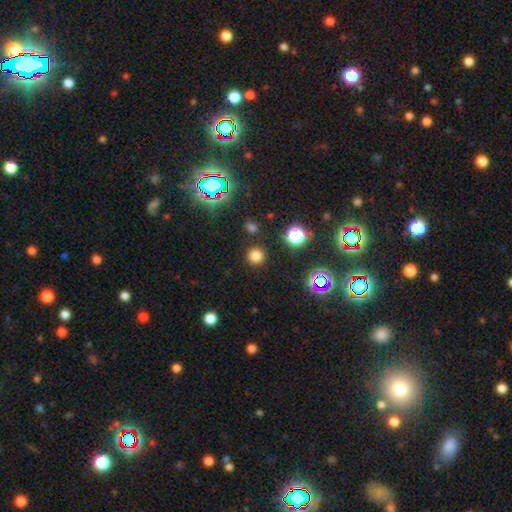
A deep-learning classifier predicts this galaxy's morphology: smooth_or_featured: smooth (p=0.75) [alt: star or artifact p=0.20]
how_rounded: round (p=0.95) [alt: in between p=0.04]
merging: none (p=0.89) [alt: minor disturbance p=0.06]